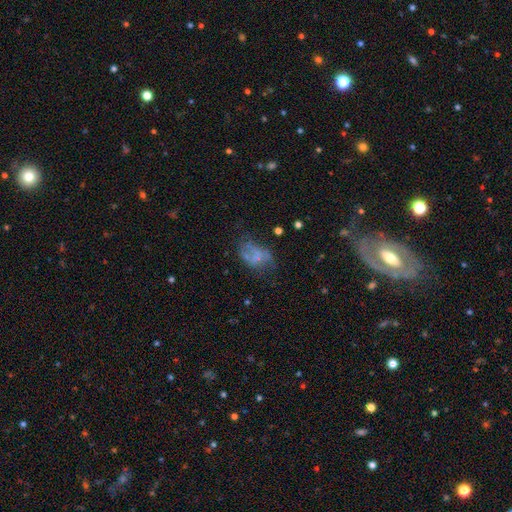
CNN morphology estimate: Smooth or featured? featured or disk (48%)
Merging? none (36%)